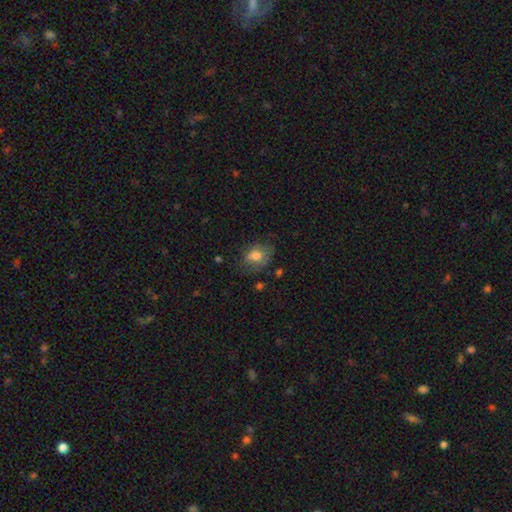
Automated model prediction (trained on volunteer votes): Smooth or featured?
  - smooth: 68% *
  - featured or disk: 23%
  - star or artifact: 9%
How rounded?
  - in between: 72% *
  - round: 26%
  - cigar-shaped: 1%
Merging?
  - none: 55% *
  - minor disturbance: 27%
  - major disturbance: 16%
  - merger: 2%